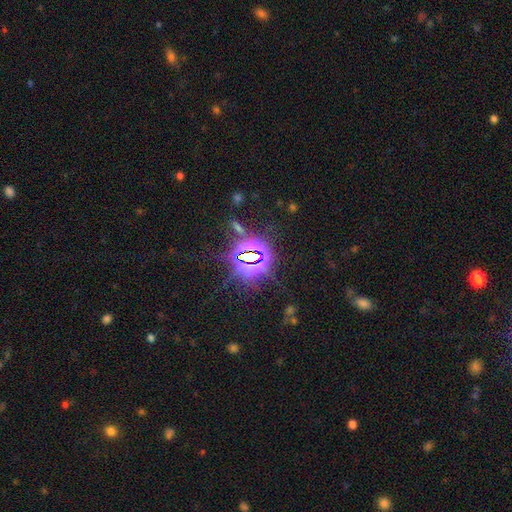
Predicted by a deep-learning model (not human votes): Smooth or featured? star or artifact (82%)